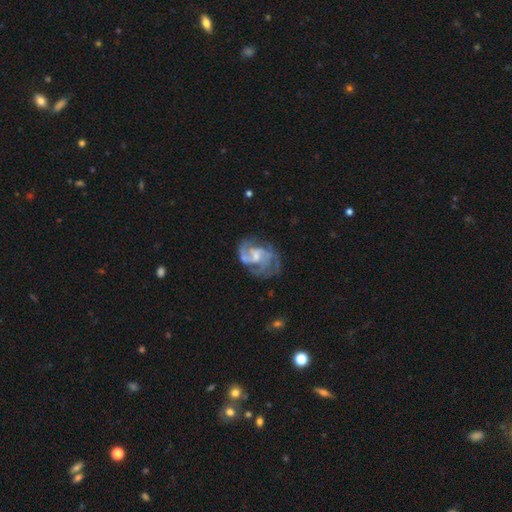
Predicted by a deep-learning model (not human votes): Q: Smooth or featured?
A: featured or disk (83%); runner-up: smooth (11%)
Q: Edge-on disk?
A: no (98%); runner-up: yes (2%)
Q: Bar?
A: weak (52%); runner-up: no (38%)
Q: Spiral arms?
A: yes (90%); runner-up: no (10%)
Q: Spiral winding?
A: medium (50%); runner-up: loose (28%)
Q: Spiral arm count?
A: 2 (45%); runner-up: can't tell (22%)
Q: Bulge size?
A: small (42%); runner-up: moderate (36%)
Q: Merging?
A: none (51%); runner-up: major disturbance (24%)